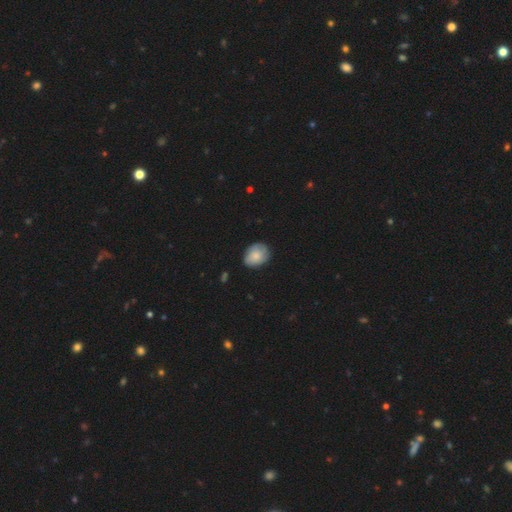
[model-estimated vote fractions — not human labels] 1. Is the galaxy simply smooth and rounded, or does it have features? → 79% smooth, 14% featured or disk, 7% star or artifact.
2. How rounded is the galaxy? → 60% in between, 39% round, 1% cigar-shaped.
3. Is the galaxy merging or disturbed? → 74% none, 21% minor disturbance, 3% major disturbance, 1% merger.